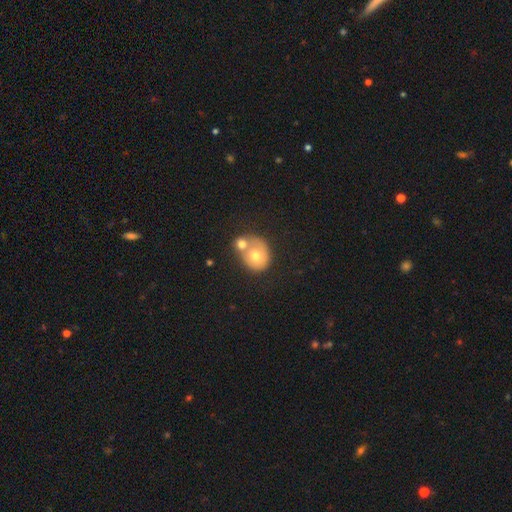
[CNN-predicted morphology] A smooth galaxy with no disk features (61%) that is round (69%). Merging: merger (57%).